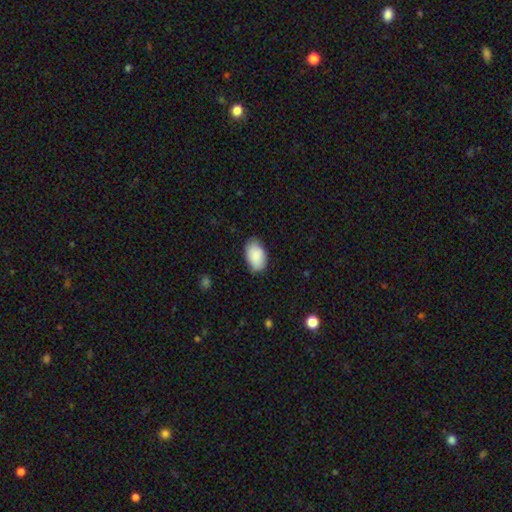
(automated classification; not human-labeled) Smooth or featured: smooth — 89% (star or artifact — 6%)
How rounded: in between — 93% (round — 6%)
Merging: none — 78% (minor disturbance — 18%)